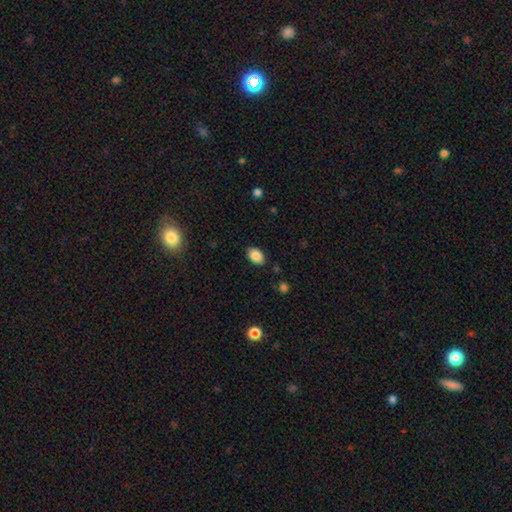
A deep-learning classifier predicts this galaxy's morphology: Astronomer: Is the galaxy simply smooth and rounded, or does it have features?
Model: smooth — 86%.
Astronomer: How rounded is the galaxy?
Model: in between — 85%.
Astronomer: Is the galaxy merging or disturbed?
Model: none — 87%.